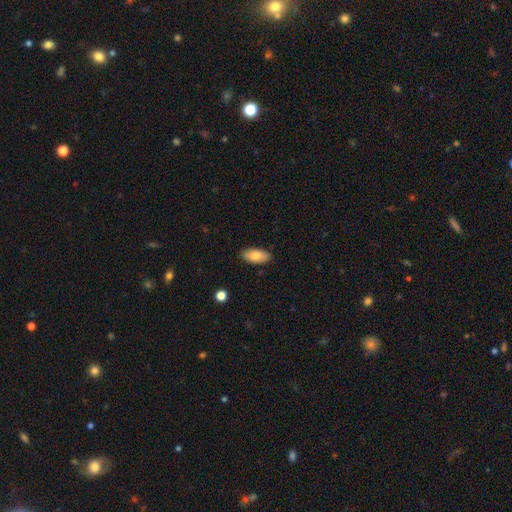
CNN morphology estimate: Smooth or featured? Predicted: smooth (p=0.81). How rounded? Predicted: in between (p=0.91). Merging? Predicted: none (p=0.88).